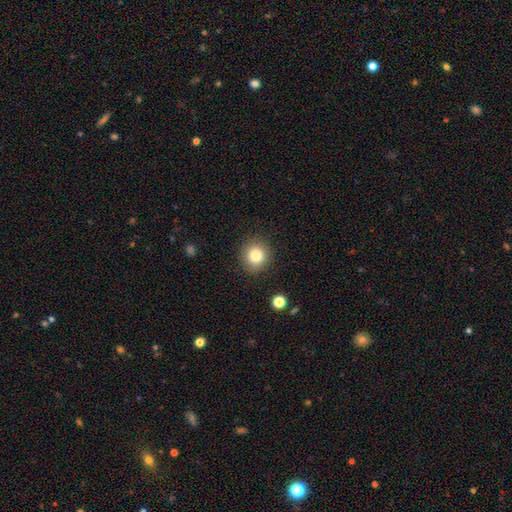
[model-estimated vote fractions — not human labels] A smooth galaxy with no disk features (84%) that is round (88%).

Vote fractions:
- Smooth or featured? smooth: 84% / star or artifact: 10% / featured or disk: 6%
- How rounded? round: 88% / in between: 11% / cigar-shaped: 1%
- Merging? none: 88% / minor disturbance: 8% / major disturbance: 3% / merger: 2%